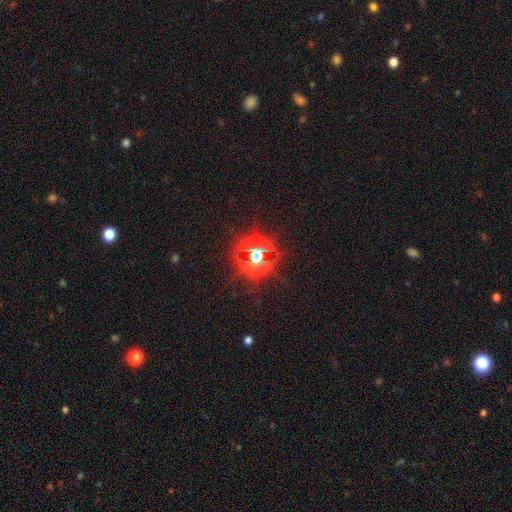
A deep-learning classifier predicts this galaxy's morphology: Overall: star or artifact (79%).